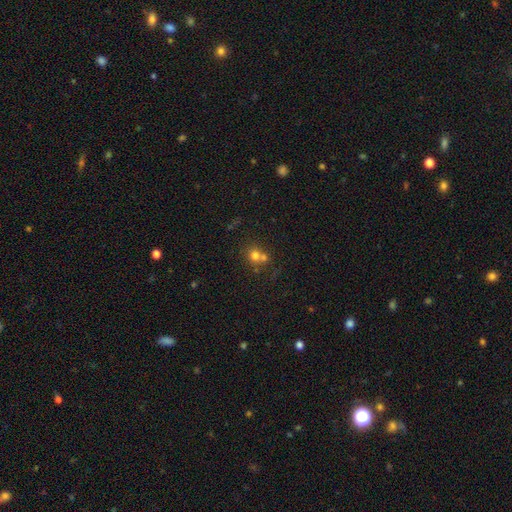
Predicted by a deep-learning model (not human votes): smooth_or_featured: smooth (p=0.72) [alt: star or artifact p=0.15]
how_rounded: round (p=0.80) [alt: in between p=0.19]
merging: merger (p=0.47) [alt: none p=0.42]